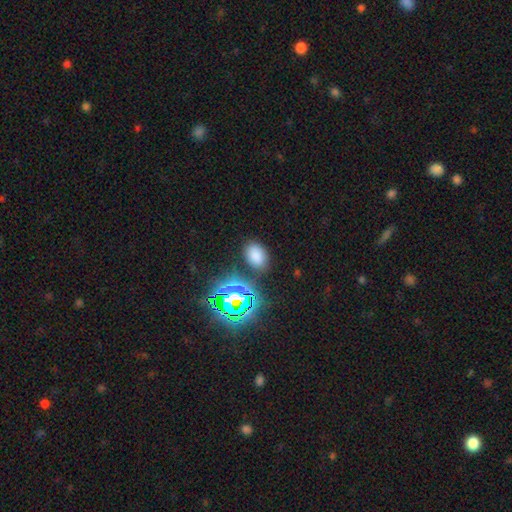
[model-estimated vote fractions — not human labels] Smooth or featured: smooth — 71% (star or artifact — 23%)
How rounded: in between — 78% (round — 21%)
Merging: none — 82% (minor disturbance — 11%)